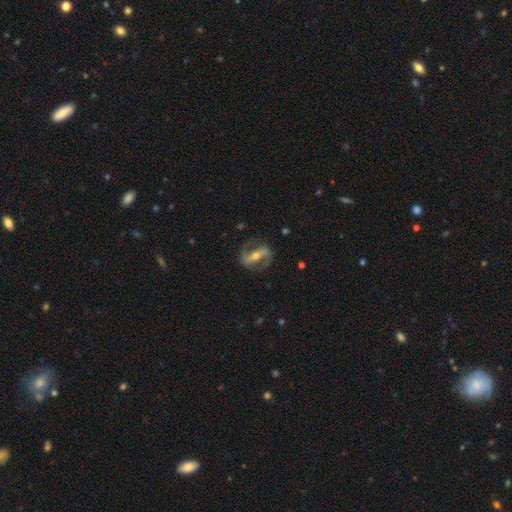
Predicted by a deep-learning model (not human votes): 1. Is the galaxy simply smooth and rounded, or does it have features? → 86% featured or disk, 9% smooth, 6% star or artifact.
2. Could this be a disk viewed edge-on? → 91% no, 9% yes.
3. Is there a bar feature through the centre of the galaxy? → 70% strong, 20% weak, 10% no.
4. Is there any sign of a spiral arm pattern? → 89% yes, 11% no.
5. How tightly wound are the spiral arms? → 48% medium, 28% loose, 25% tight.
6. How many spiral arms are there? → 90% 2, 4% can't tell, 3% 1, 1% 3, 1% 4, 1% more than 4.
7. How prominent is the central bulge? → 51% moderate, 44% small, 3% large, 1% none, 1% dominant.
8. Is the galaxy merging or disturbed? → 80% none, 12% minor disturbance, 7% major disturbance, 1% merger.